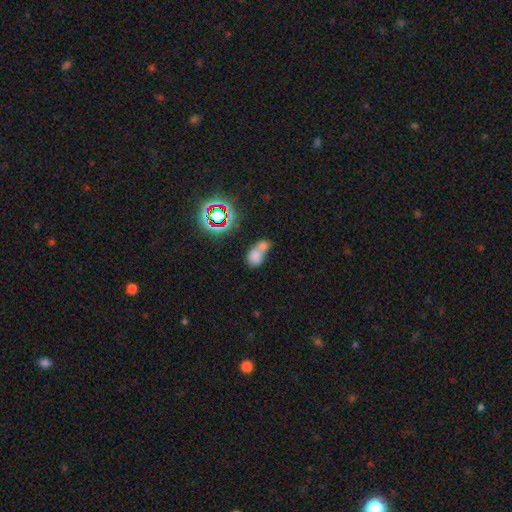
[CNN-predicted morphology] This appears to be a smooth galaxy with no disk features (67%) that is in between round and cigar-shaped (65%). Merging: merger (68%).